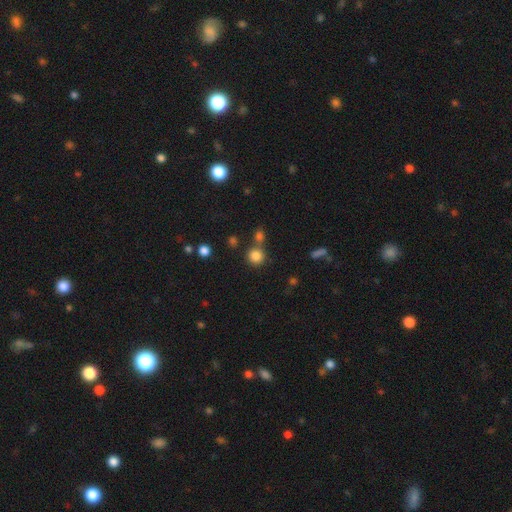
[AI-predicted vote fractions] A smooth galaxy with no disk features (82%) that is round (89%). Merging: none (67%).